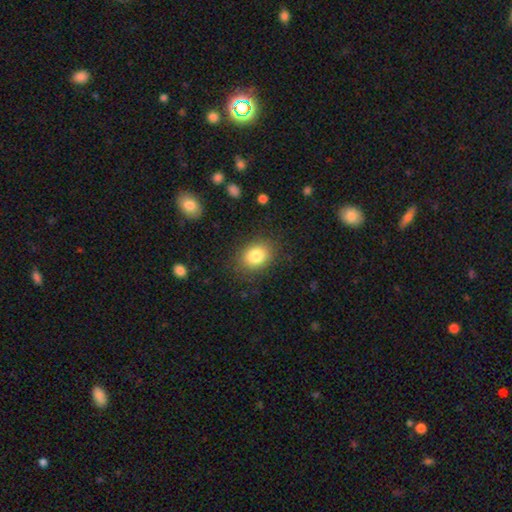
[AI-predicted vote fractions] Smooth or featured? Predicted: smooth (p=0.83). How rounded? Predicted: in between (p=0.59). Merging? Predicted: none (p=0.84).